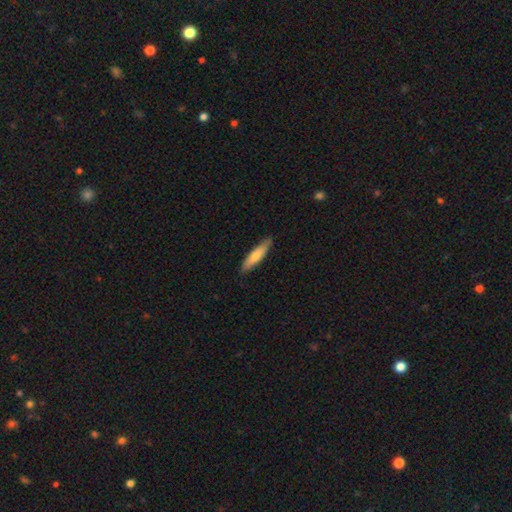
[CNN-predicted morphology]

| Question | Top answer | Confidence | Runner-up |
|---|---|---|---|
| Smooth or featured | smooth | 73% | featured or disk (22%) |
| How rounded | cigar-shaped | 79% | in between (20%) |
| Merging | none | 86% | minor disturbance (11%) |